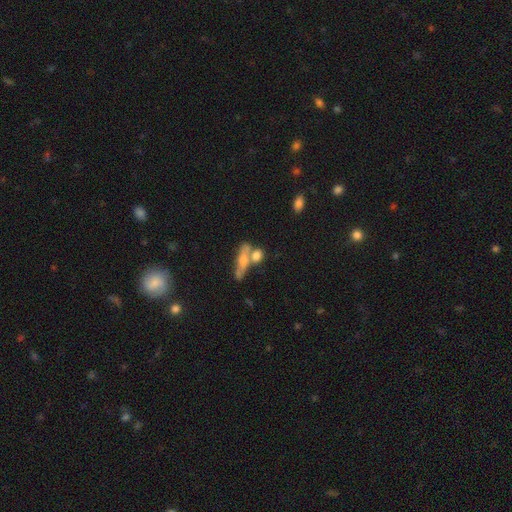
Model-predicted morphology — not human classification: Smooth or featured?
  - smooth: 57% *
  - featured or disk: 32%
  - star or artifact: 11%
How rounded?
  - in between: 40% *
  - cigar-shaped: 34%
  - round: 26%
Merging?
  - none: 42% *
  - merger: 39%
  - minor disturbance: 12%
  - major disturbance: 7%